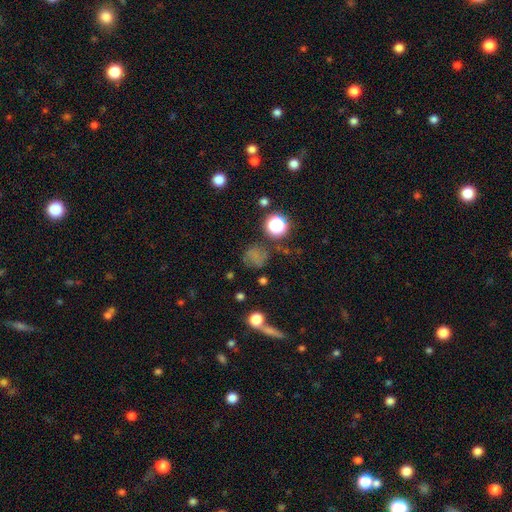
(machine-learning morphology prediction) Overall: smooth (57%; star or artifact 24%). How rounded: round (80%). Merging: none (62%).